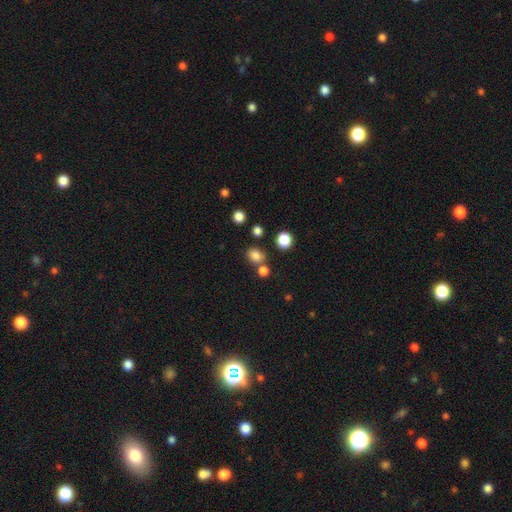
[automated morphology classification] Smooth or featured? smooth (80%)
How rounded? round (63%)
Merging? none (68%)